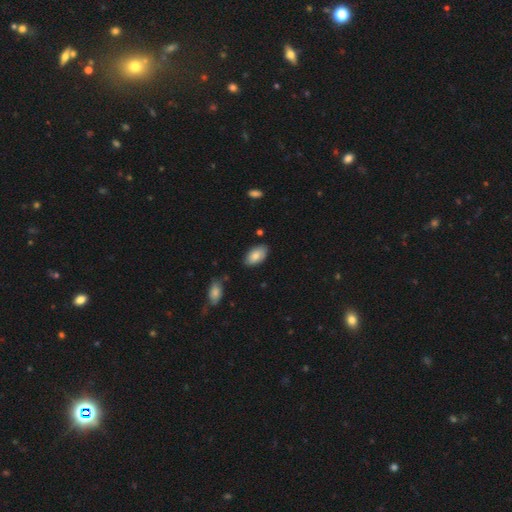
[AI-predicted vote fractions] The model was most divided on "merging": none: 79%, minor disturbance: 16%, major disturbance: 3%, merger: 2%. More confident: how rounded — in between (95%); smooth or featured — smooth (83%).